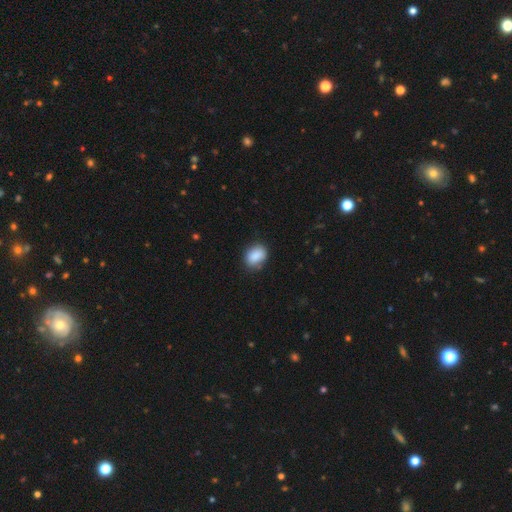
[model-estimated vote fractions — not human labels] Q: Smooth or featured?
A: smooth (88%); runner-up: star or artifact (8%)
Q: How rounded?
A: in between (64%); runner-up: round (35%)
Q: Merging?
A: none (78%); runner-up: minor disturbance (17%)